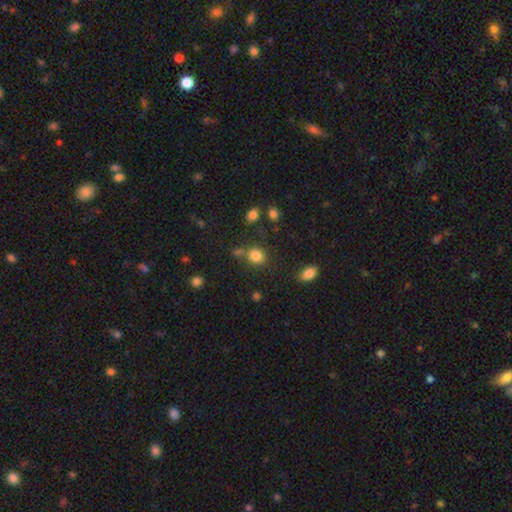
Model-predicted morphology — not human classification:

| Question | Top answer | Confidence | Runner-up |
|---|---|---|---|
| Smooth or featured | smooth | 82% | star or artifact (12%) |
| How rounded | round | 69% | in between (30%) |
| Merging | none | 67% | merger (14%) |